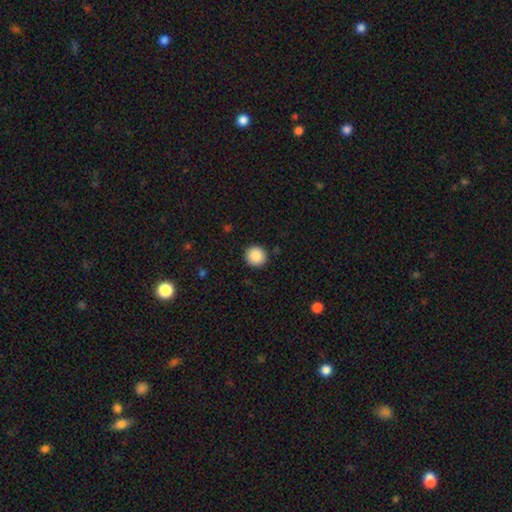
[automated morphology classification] A smooth galaxy with no disk features (88%) that is round (92%). Merging: none (91%).